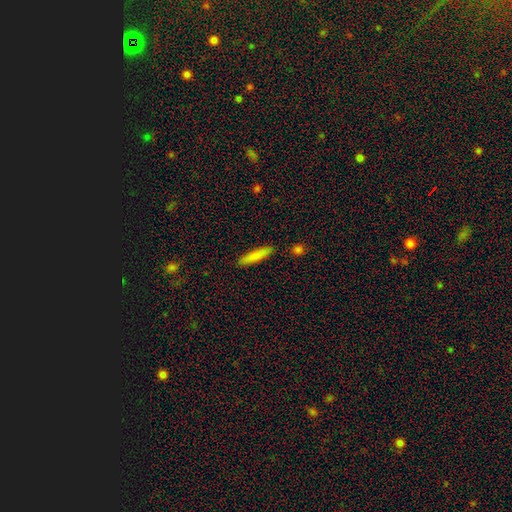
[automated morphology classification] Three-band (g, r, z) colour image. It shows a smooth galaxy with no disk features (82%) that is cigar-shaped (85%). Merging: none (89%).